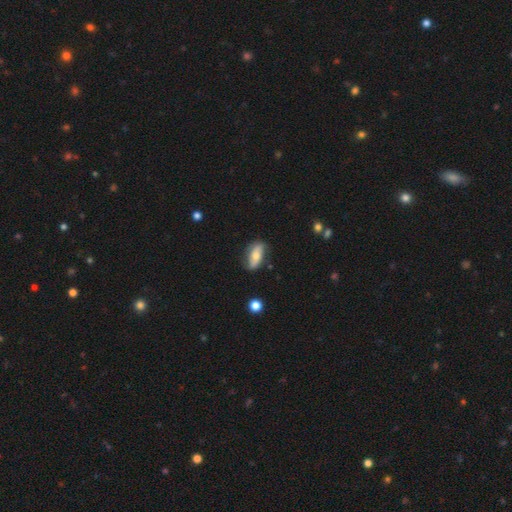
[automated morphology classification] smooth-or-featured: smooth: 52% | featured or disk: 41% | star or artifact: 7%
  how-rounded: in between: 82% | cigar-shaped: 14% | round: 4%
  merging: none: 73% | minor disturbance: 21% | major disturbance: 5% | merger: 2%